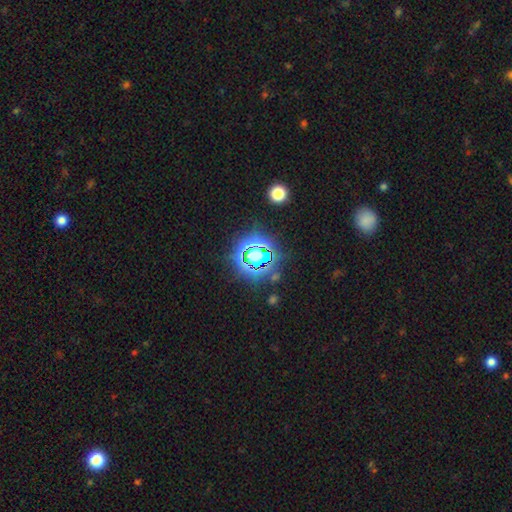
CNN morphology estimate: Q: Smooth or featured?
A: star or artifact (69%); runner-up: smooth (21%)